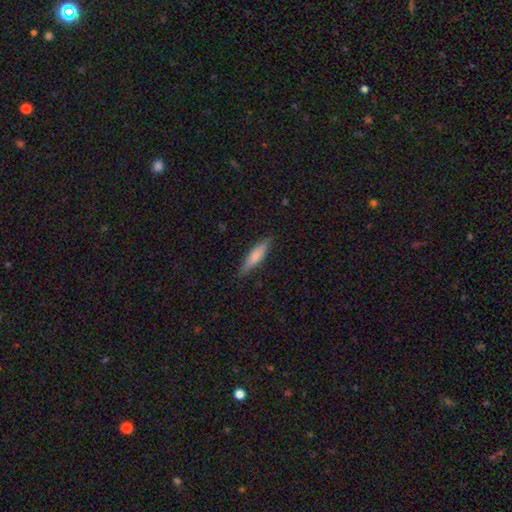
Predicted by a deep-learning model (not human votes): Overall: smooth (68%). How rounded: cigar-shaped (82%). Merging: none (87%).